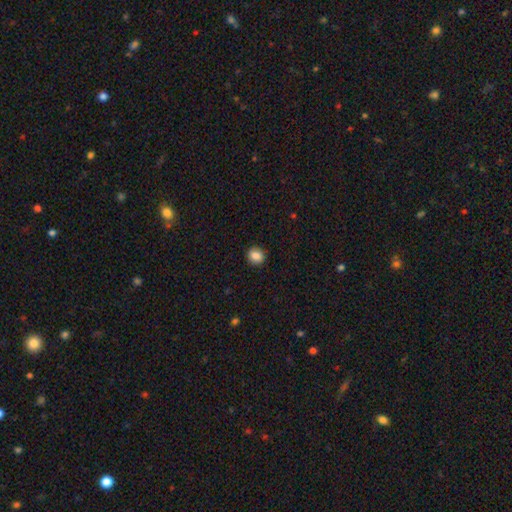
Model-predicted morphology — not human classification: The model was most divided on "how rounded": round: 82%, in between: 17%, cigar-shaped: 1%. More confident: merging — none (92%); smooth or featured — smooth (87%).